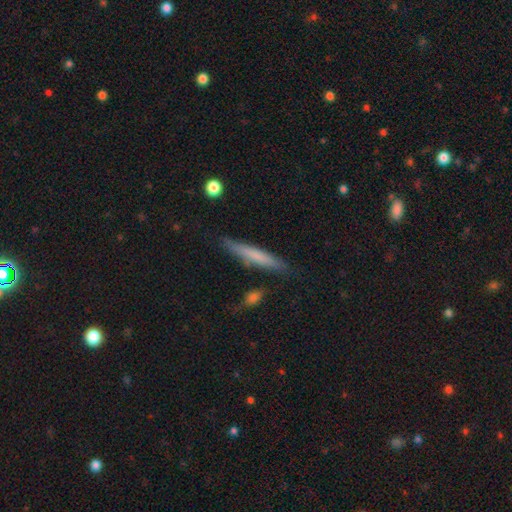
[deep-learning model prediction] Smooth or featured? Predicted: smooth (p=0.65). How rounded? Predicted: cigar-shaped (p=0.93). Merging? Predicted: none (p=0.82).